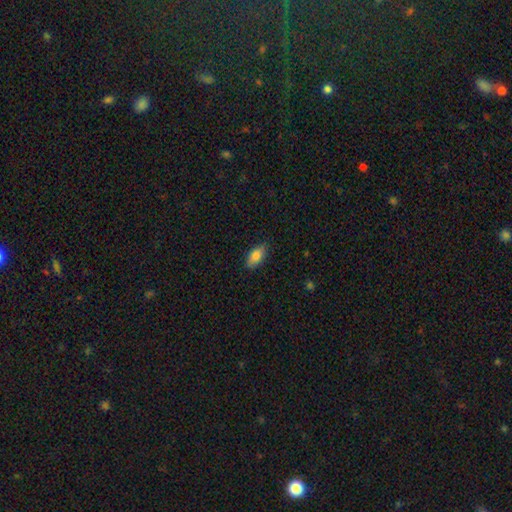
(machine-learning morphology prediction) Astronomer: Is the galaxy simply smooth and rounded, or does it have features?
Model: smooth — 82%.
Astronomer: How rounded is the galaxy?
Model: in between — 88%.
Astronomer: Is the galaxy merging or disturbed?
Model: none — 86%.